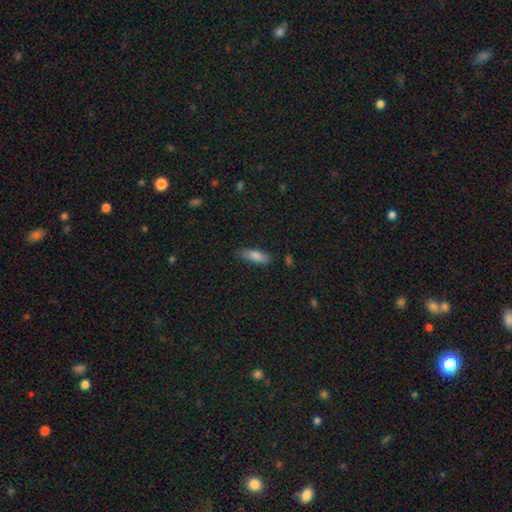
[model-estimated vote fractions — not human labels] smooth 78%, featured or disk 14%, star or artifact 8%. Down the decision tree: how rounded — in between (52%); merging — none (78%).